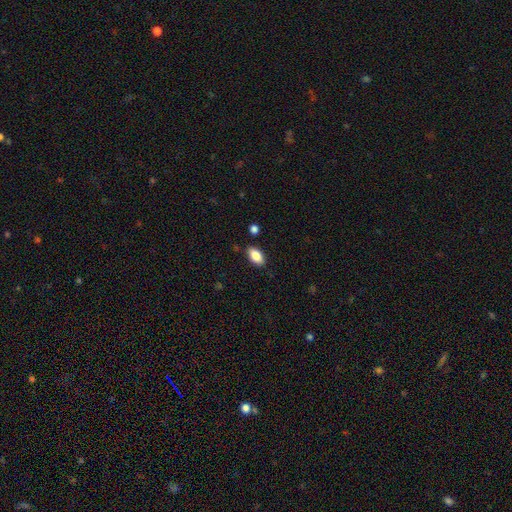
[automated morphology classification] type=smooth (86%); roundness=in between (92%); merging=none (85%).